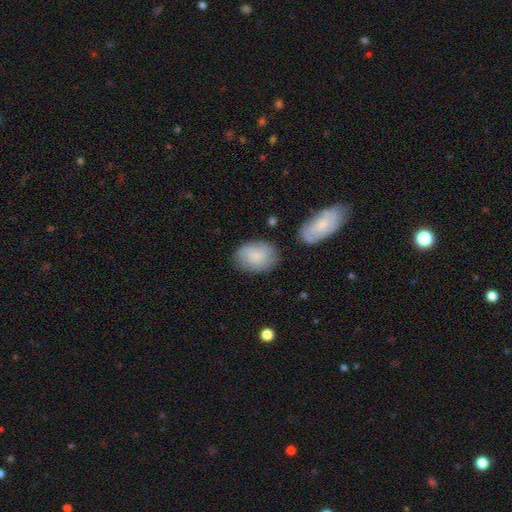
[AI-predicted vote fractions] smooth 73%, featured or disk 20%, star or artifact 7%. Down the decision tree: how rounded — in between (68%); merging — none (76%).